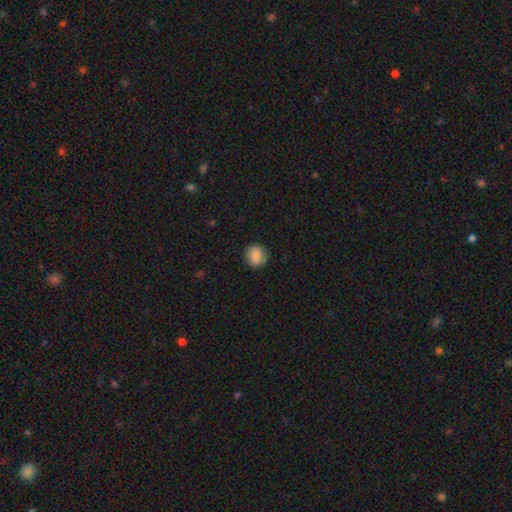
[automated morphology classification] Smooth or featured?
  - smooth: 86% *
  - star or artifact: 8%
  - featured or disk: 6%
How rounded?
  - round: 81% *
  - in between: 18%
  - cigar-shaped: 1%
Merging?
  - none: 85% *
  - minor disturbance: 11%
  - major disturbance: 3%
  - merger: 1%